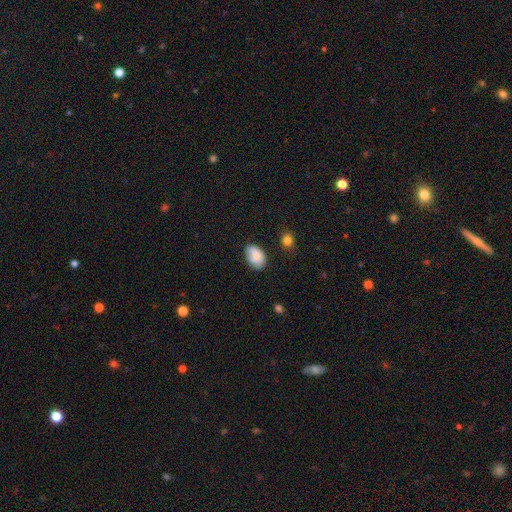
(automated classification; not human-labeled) smooth_or_featured: smooth (p=0.82) [alt: featured or disk p=0.10]
how_rounded: in between (p=0.86) [alt: round p=0.13]
merging: none (p=0.62) [alt: minor disturbance p=0.28]